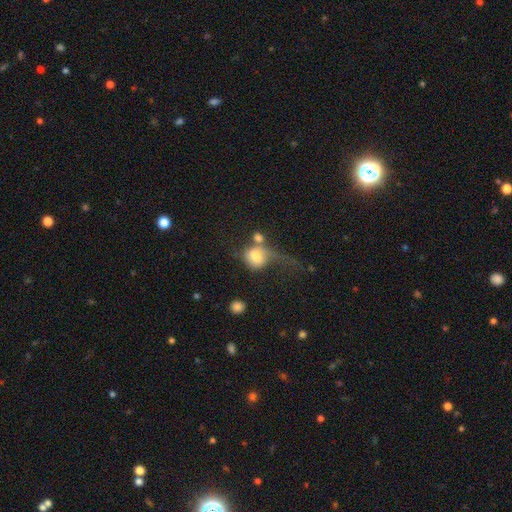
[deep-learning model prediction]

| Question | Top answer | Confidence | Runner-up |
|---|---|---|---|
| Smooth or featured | smooth | 70% | featured or disk (21%) |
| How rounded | round | 64% | in between (34%) |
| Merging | major disturbance | 38% | merger (29%) |